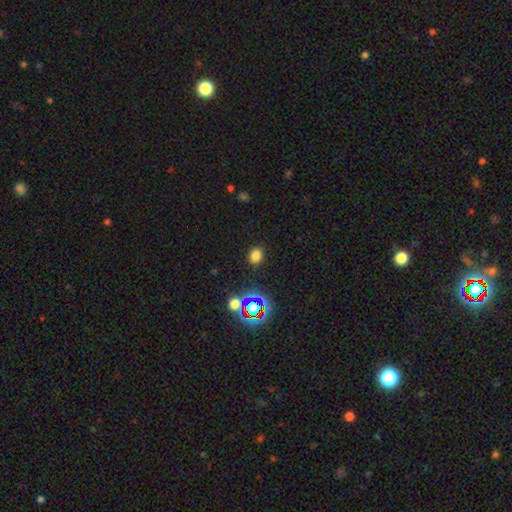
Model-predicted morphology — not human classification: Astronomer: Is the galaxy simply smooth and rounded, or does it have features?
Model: smooth — 75%.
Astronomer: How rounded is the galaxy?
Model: round — 60% (runner-up: in between, 38%).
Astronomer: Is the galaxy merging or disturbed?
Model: none — 89%.